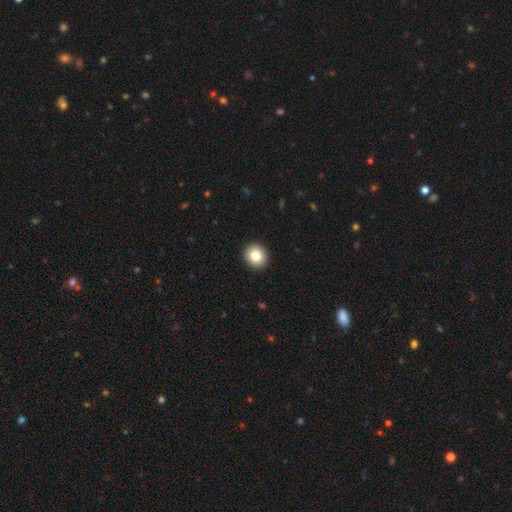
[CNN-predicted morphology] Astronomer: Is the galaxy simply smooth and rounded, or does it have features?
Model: smooth — 83%.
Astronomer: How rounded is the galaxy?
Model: round — 87%.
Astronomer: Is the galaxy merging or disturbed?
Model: none — 93%.